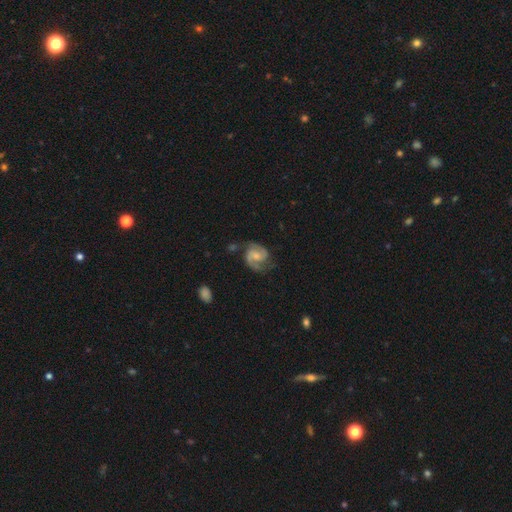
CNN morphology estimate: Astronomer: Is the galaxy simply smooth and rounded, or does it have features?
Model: featured or disk — 85%.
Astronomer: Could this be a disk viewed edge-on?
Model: no — 98%.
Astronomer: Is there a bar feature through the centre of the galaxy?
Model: no — 47% (runner-up: weak, 43%).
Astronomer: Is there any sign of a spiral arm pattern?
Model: yes — 97%.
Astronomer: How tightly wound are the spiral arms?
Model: medium — 56%.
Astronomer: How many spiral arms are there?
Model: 2 — 91%.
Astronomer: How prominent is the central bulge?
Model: small — 50% (runner-up: moderate, 35%).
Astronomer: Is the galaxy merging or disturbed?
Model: none — 70%.